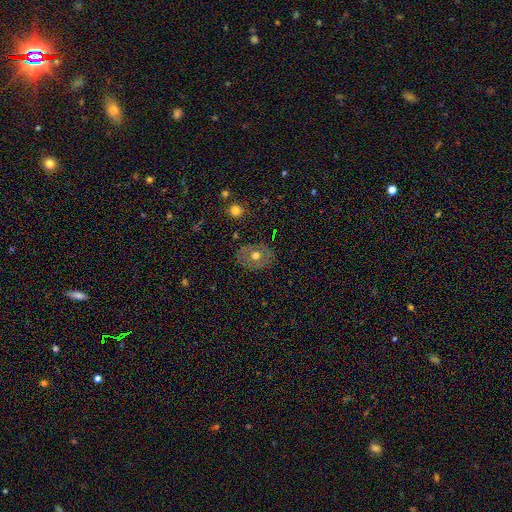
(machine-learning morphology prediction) Smooth or featured?
  - smooth: 51% *
  - featured or disk: 40%
  - star or artifact: 10%
How rounded?
  - round: 52% *
  - in between: 47%
  - cigar-shaped: 1%
Merging?
  - none: 81% *
  - minor disturbance: 13%
  - major disturbance: 4%
  - merger: 2%